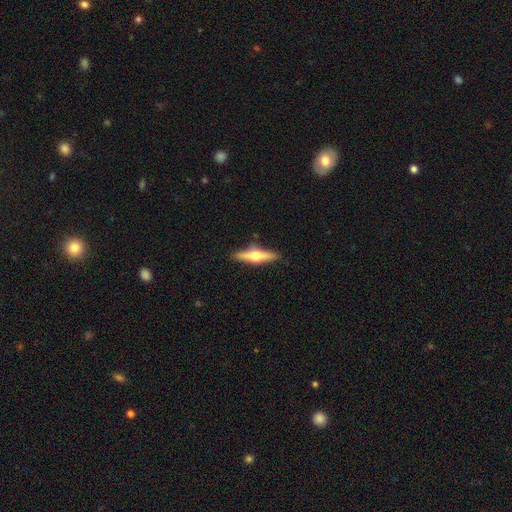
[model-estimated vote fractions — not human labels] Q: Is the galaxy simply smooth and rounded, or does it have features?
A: featured or disk — 65%.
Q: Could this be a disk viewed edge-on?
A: yes — 97%.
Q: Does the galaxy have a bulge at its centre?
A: rounded — 95%.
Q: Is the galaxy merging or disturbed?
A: none — 88%.